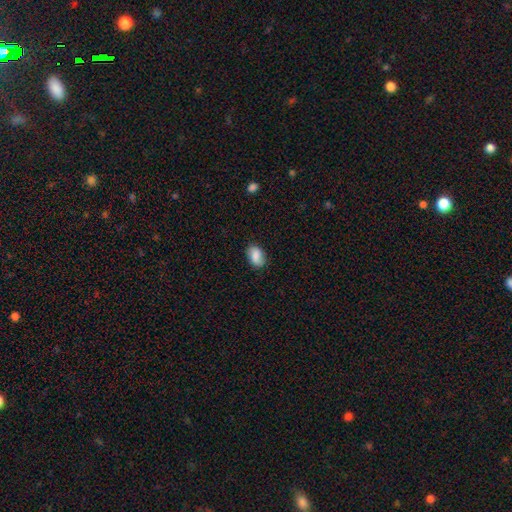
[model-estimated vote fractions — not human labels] Smooth or featured? Predicted: smooth (p=0.82). How rounded? Predicted: in between (p=0.87). Merging? Predicted: none (p=0.82).